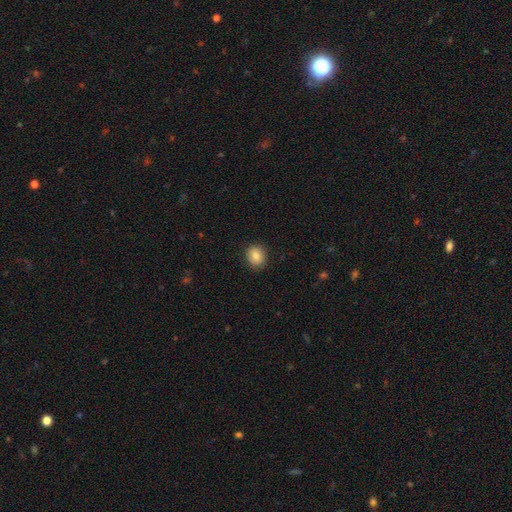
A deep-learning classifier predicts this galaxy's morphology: A smooth galaxy with no disk features (82%) that is round (74%). Merging: none (88%).